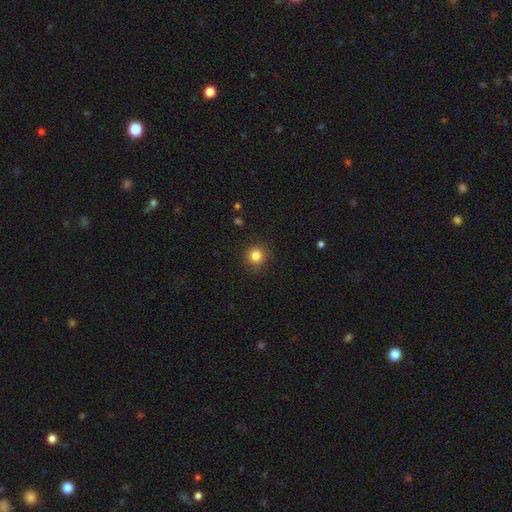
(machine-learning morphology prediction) Smooth or featured? Predicted: smooth (p=0.84). How rounded? Predicted: round (p=0.94). Merging? Predicted: none (p=0.91).